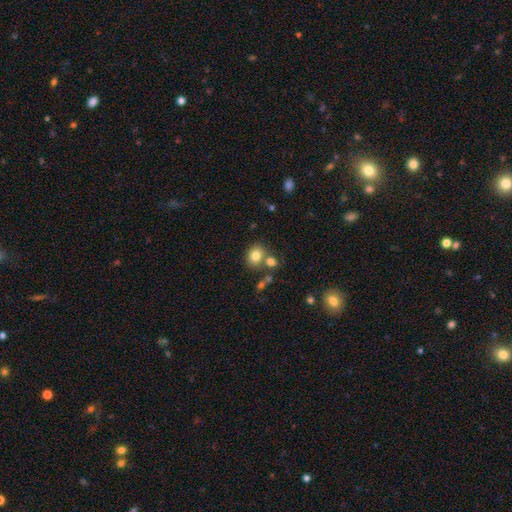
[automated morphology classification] Q: Smooth or featured?
A: smooth (79%); runner-up: star or artifact (11%)
Q: How rounded?
A: round (59%); runner-up: in between (40%)
Q: Merging?
A: none (61%); runner-up: merger (23%)